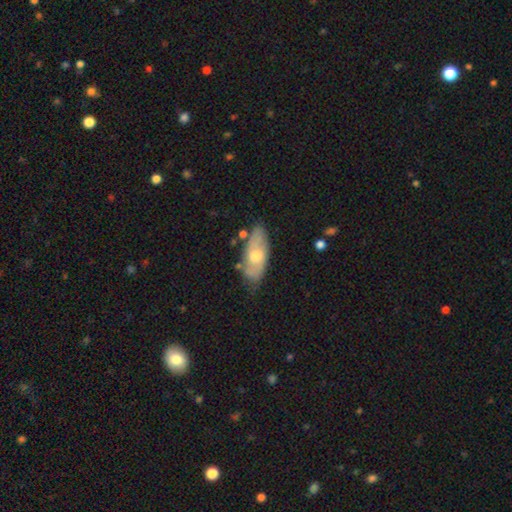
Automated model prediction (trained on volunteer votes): Smooth or featured? smooth (48%)
Merging? none (68%)